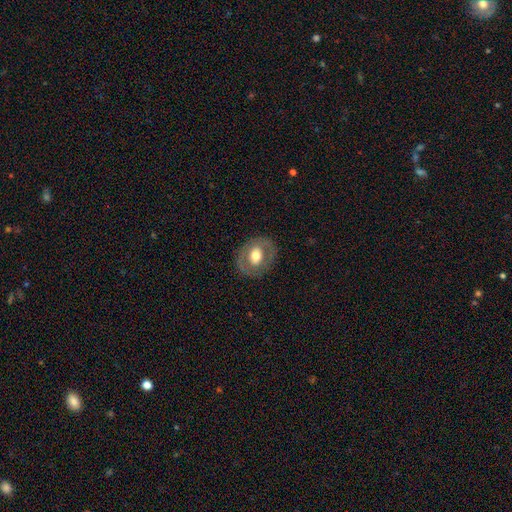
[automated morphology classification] smooth_or_featured: smooth (p=0.47) [tied with: featured or disk p=0.47]
merging: none (p=0.82) [alt: minor disturbance p=0.11]